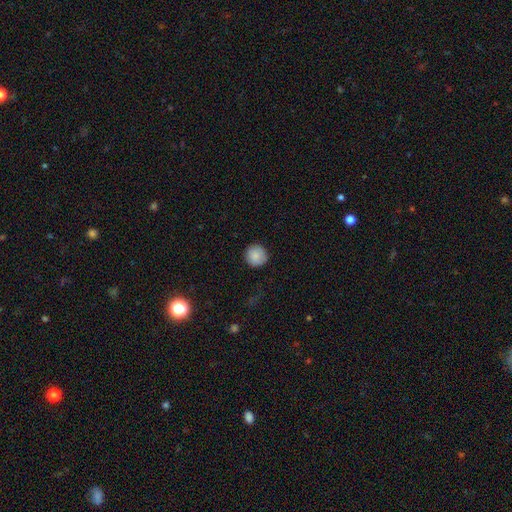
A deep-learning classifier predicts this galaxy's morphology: smooth 87%, star or artifact 8%, featured or disk 5%. Down the decision tree: how rounded — round (95%); merging — none (90%).